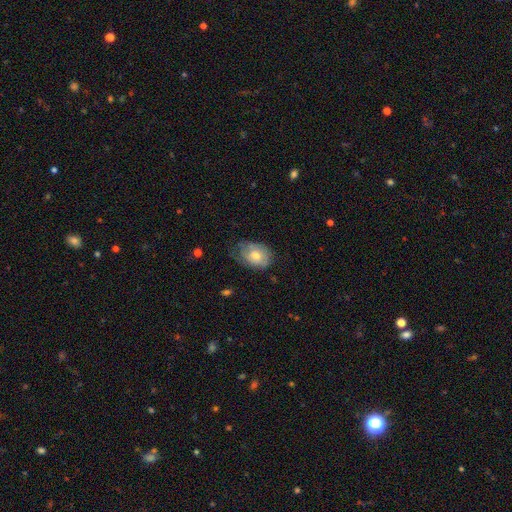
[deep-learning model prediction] The model was most divided on "merging": none: 50%, minor disturbance: 35%, major disturbance: 13%, merger: 1%. More confident: how rounded — in between (72%); smooth or featured — smooth (56%).